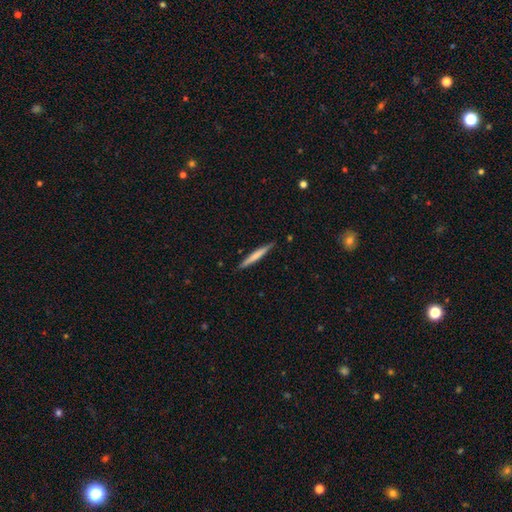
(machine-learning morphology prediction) Q: Smooth or featured?
A: smooth (60%); runner-up: featured or disk (35%)
Q: How rounded?
A: cigar-shaped (96%); runner-up: in between (3%)
Q: Merging?
A: none (88%); runner-up: minor disturbance (9%)